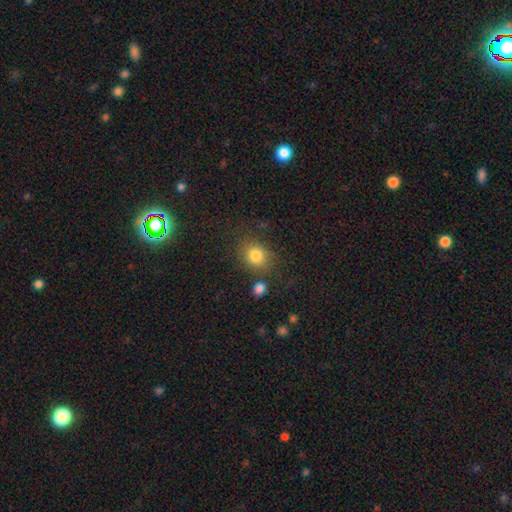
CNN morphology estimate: This appears to be a smooth galaxy with no disk features (82%) that is round (66%). Merging: none (74%).